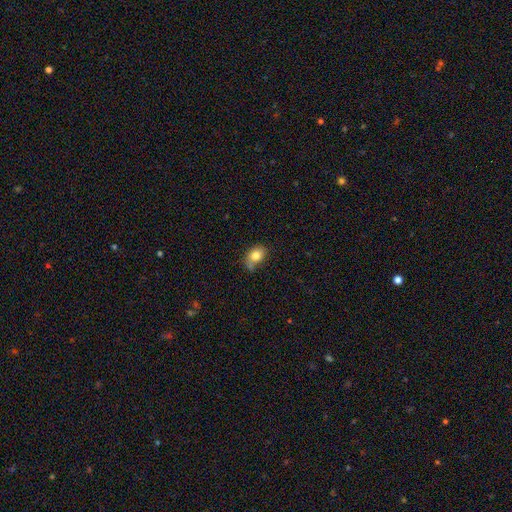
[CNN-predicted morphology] type=smooth (80%); roundness=in between (71%); merging=none (51%).